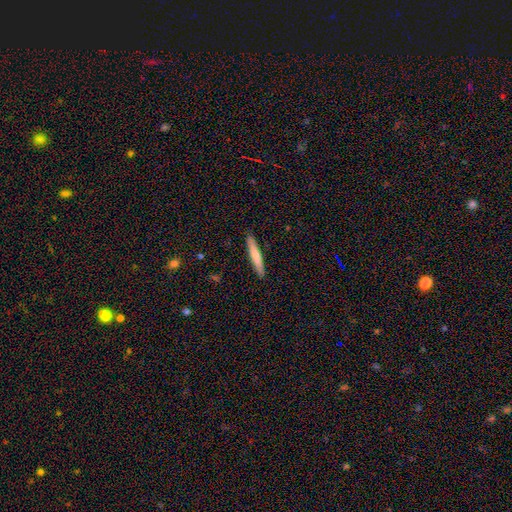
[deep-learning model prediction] A smooth galaxy with no disk features (68%) that is cigar-shaped (95%).

Vote fractions:
- Smooth or featured? smooth: 68% / featured or disk: 27% / star or artifact: 5%
- How rounded? cigar-shaped: 95% / in between: 4% / round: 1%
- Merging? none: 91% / minor disturbance: 7% / major disturbance: 1% / merger: 1%